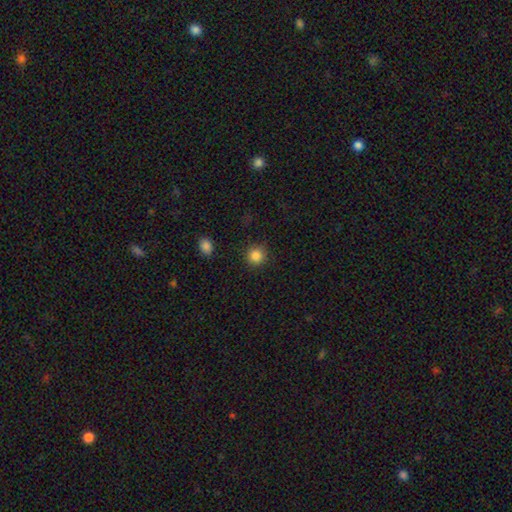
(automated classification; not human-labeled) smooth 86%, star or artifact 10%, featured or disk 4%. Down the decision tree: how rounded — round (93%); merging — none (90%).